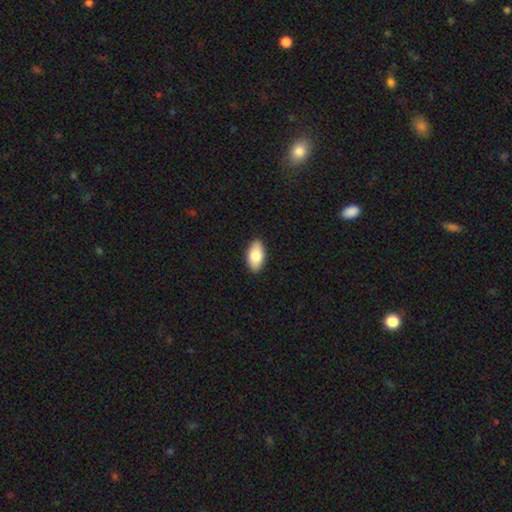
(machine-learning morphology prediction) This appears to be a smooth galaxy with no disk features (83%) that is in between round and cigar-shaped (94%). Merging: none (90%).